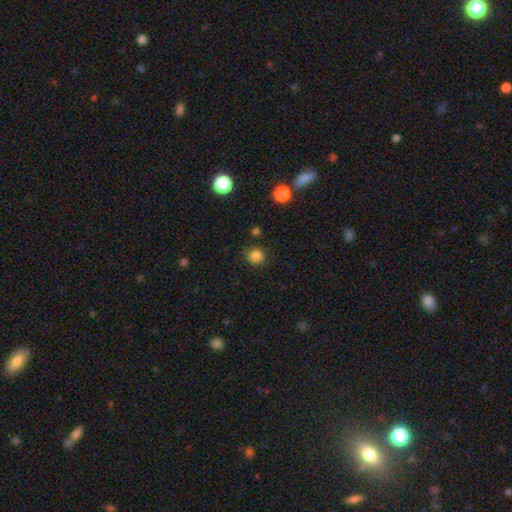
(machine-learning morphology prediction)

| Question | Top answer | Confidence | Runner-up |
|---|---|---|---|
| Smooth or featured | smooth | 84% | star or artifact (13%) |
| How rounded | round | 91% | in between (8%) |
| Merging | none | 88% | minor disturbance (8%) |